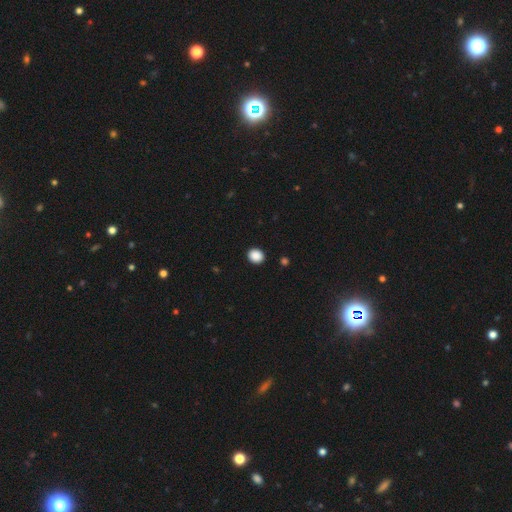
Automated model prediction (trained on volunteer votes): Smooth or featured? smooth (89%)
How rounded? round (69%)
Merging? none (92%)